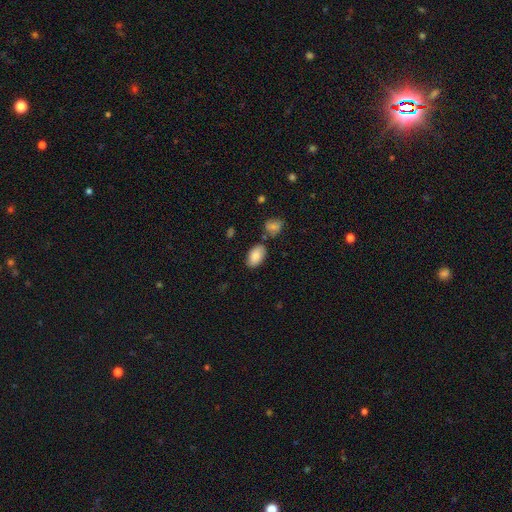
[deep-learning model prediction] Smooth or featured? smooth (85%)
How rounded? in between (94%)
Merging? none (77%)